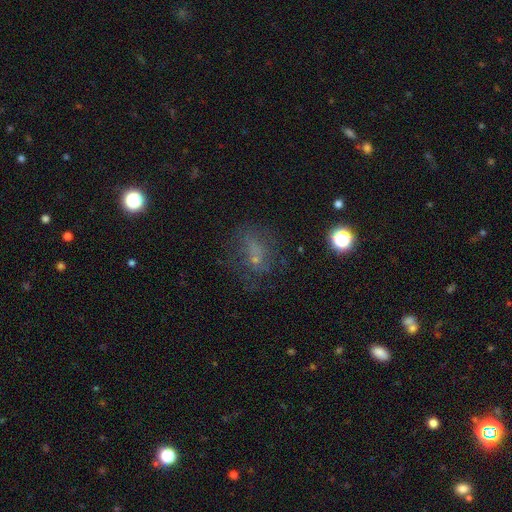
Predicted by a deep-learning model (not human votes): Smooth or featured? Predicted: smooth (p=0.41). Merging? Predicted: none (p=0.51).